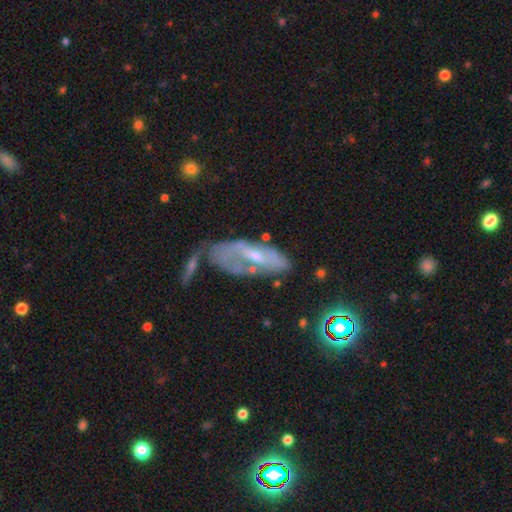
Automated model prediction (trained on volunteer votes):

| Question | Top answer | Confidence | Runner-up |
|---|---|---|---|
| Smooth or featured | featured or disk | 65% | smooth (20%) |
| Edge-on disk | no | 79% | yes (21%) |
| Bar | no | 45% | weak (35%) |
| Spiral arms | yes | 66% | no (34%) |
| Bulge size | small | 61% | moderate (31%) |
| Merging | none | 39% | major disturbance (25%) |